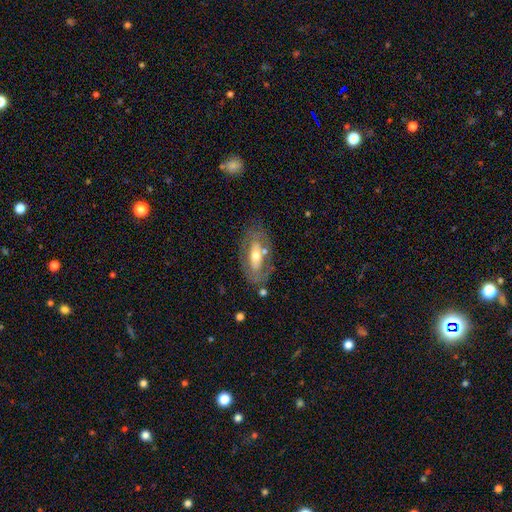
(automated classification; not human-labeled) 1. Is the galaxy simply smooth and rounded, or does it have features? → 60% featured or disk, 33% smooth, 6% star or artifact.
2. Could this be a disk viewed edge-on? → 83% no, 17% yes.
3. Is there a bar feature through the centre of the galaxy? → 57% no, 22% weak, 20% strong.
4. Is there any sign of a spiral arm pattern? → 70% no, 30% yes.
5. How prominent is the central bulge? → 65% moderate, 23% small, 10% large, 1% dominant, 1% none.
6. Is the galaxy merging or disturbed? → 71% none, 17% minor disturbance, 8% major disturbance, 5% merger.